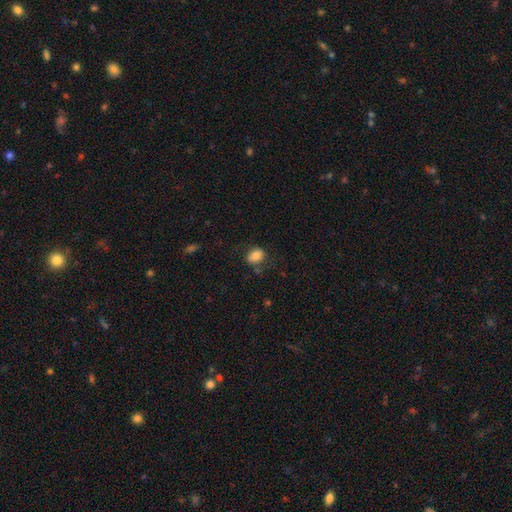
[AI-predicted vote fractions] This appears to be a smooth galaxy with no disk features (80%) that is in between round and cigar-shaped (59%). Merging: none (72%).